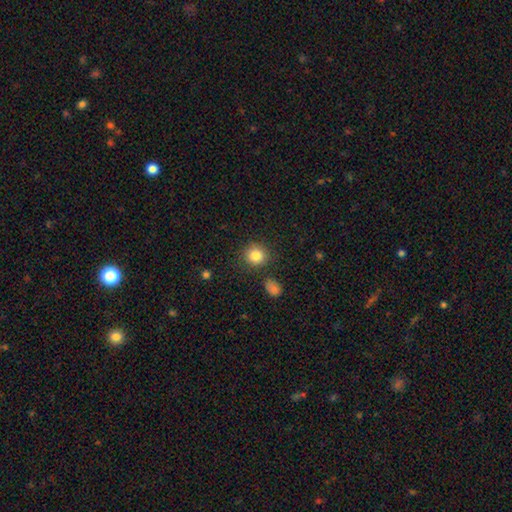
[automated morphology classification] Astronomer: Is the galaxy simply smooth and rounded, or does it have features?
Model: smooth — 85%.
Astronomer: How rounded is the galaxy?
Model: round — 88%.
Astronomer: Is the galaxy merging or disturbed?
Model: none — 85%.